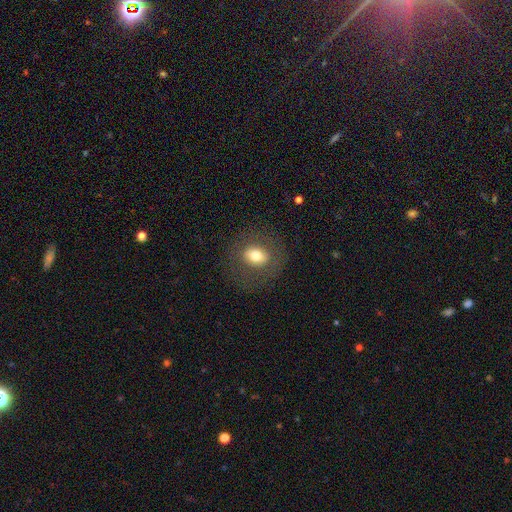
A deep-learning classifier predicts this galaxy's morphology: smooth-or-featured: smooth: 66% | featured or disk: 23% | star or artifact: 11%
  how-rounded: round: 61% | in between: 38% | cigar-shaped: 1%
  merging: none: 80% | minor disturbance: 11% | major disturbance: 8% | merger: 1%